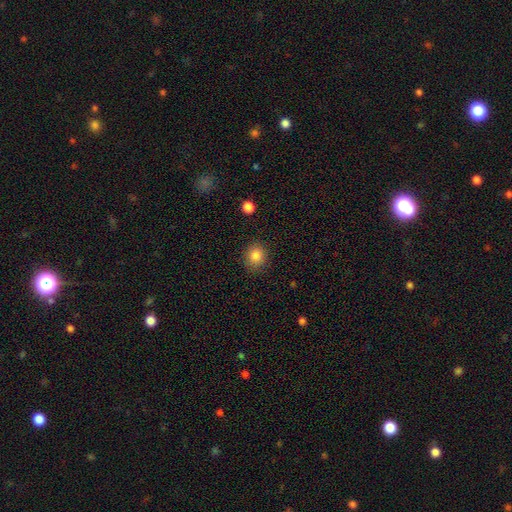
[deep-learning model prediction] Smooth or featured: smooth — 85% (star or artifact — 10%)
How rounded: round — 80% (in between — 19%)
Merging: none — 88% (minor disturbance — 8%)